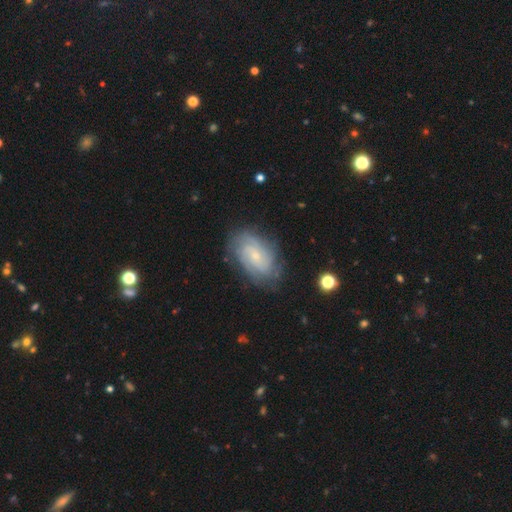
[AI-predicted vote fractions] This appears to be a featured or disk galaxy (73%) with no bar (64%), tight (57%) spiral arms (92%) and a small central bulge (76%). Merging: none (77%).